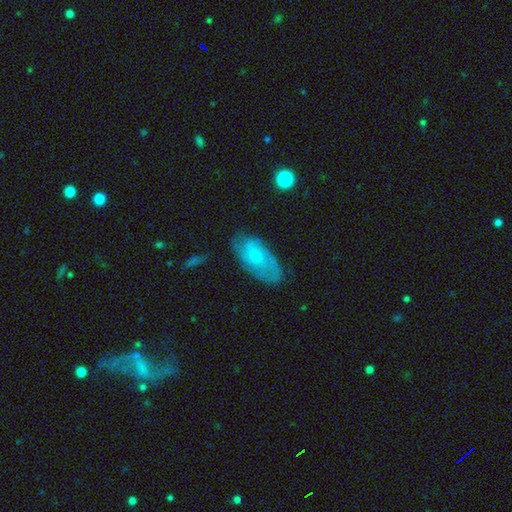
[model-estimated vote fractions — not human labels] Morphology: type=featured or disk (48%); merging=none (69%).